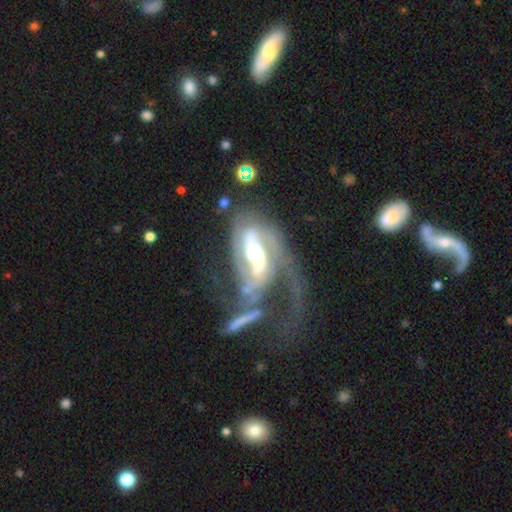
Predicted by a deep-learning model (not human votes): featured or disk 83%, smooth 10%, star or artifact 7%. Down the decision tree: edge-on disk — no (94%); bar — weak (35%); spiral arms — yes (90%); spiral arm count — 2 (45%); spiral winding — medium (41%); bulge size — moderate (45%); merging — major disturbance (52%).